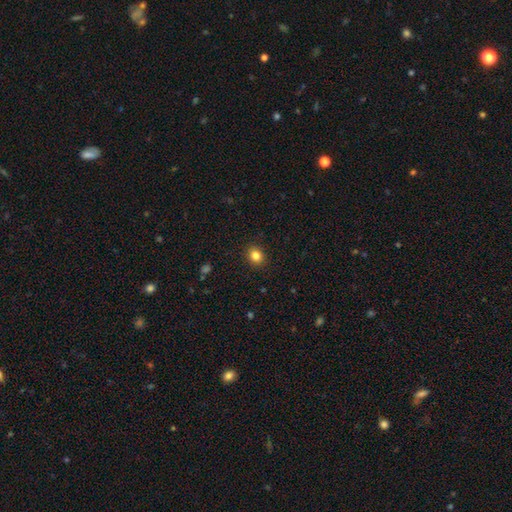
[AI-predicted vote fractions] This is clearly a smooth galaxy (83%). How rounded: likely round (63%). Merging: clearly none (90%).